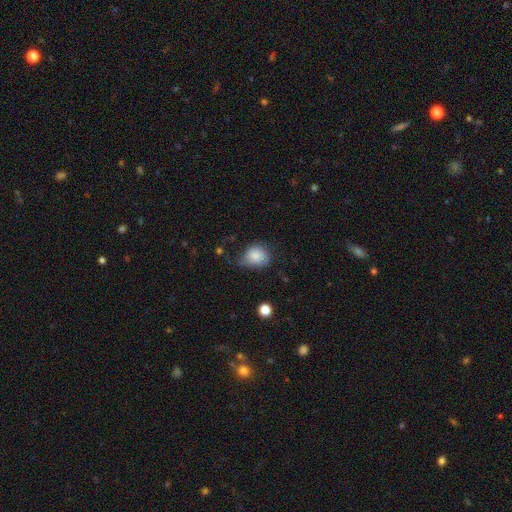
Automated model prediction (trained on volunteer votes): Q: Smooth or featured?
A: smooth (82%); runner-up: star or artifact (9%)
Q: How rounded?
A: round (57%); runner-up: in between (42%)
Q: Merging?
A: none (44%); runner-up: minor disturbance (40%)